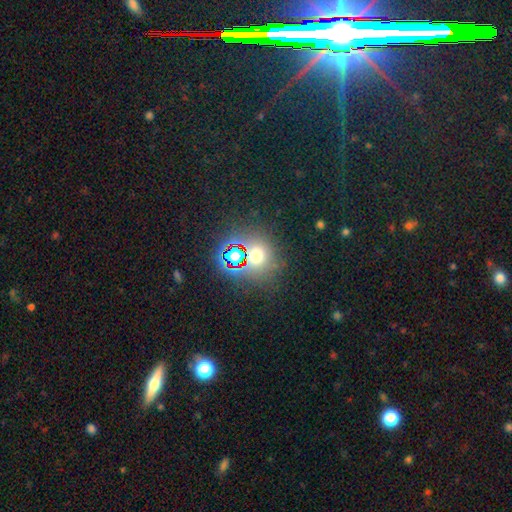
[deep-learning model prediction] smooth_or_featured: smooth (p=0.48) [alt: star or artifact p=0.42]
merging: none (p=0.72) [alt: merger p=0.12]